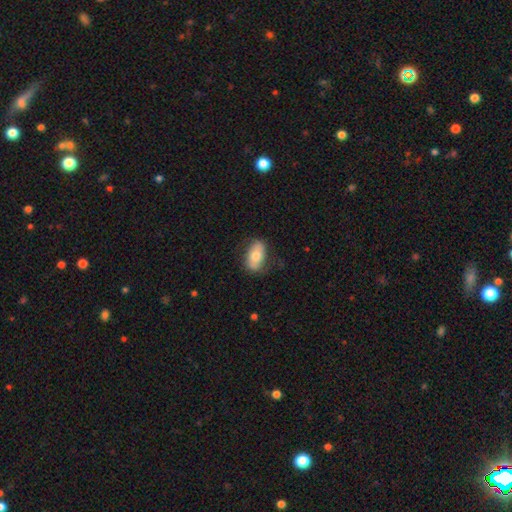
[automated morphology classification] Smooth or featured? smooth (69%)
How rounded? in between (90%)
Merging? none (76%)